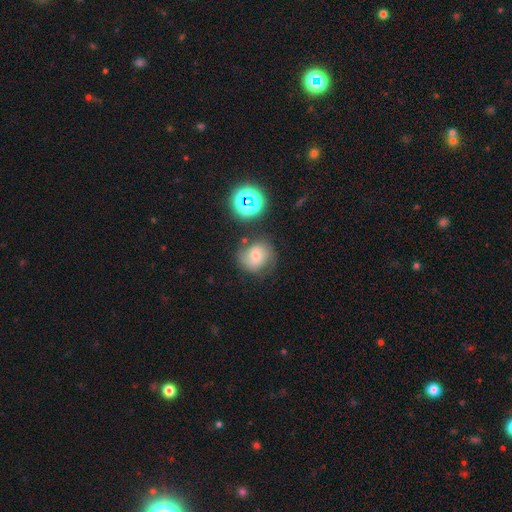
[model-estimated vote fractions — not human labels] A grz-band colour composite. It shows a featured or disk galaxy (56%) with no bar (57%), spiral arms (89%) and a moderate central bulge (51%). Merging: none (66%).